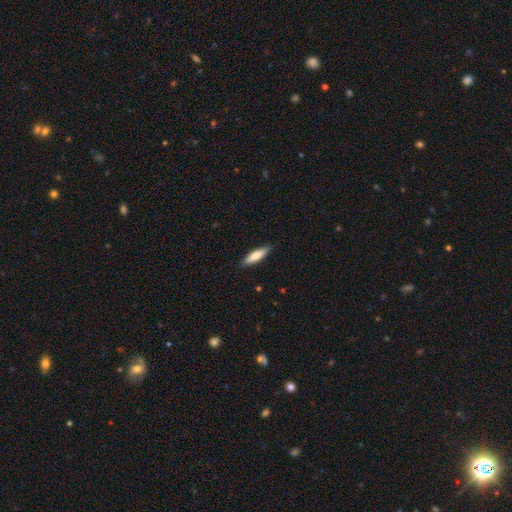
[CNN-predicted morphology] This appears to be a smooth galaxy with no disk features (70%) that is cigar-shaped (68%). Merging: none (88%).